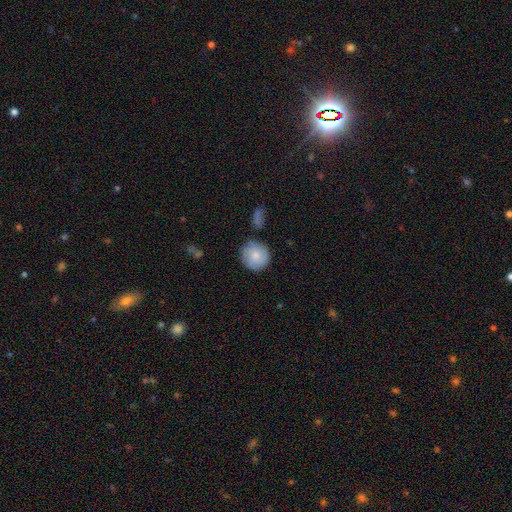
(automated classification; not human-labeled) The model was most divided on "merging": none: 79%, minor disturbance: 13%, merger: 5%, major disturbance: 3%. More confident: how rounded — round (93%); smooth or featured — smooth (81%).